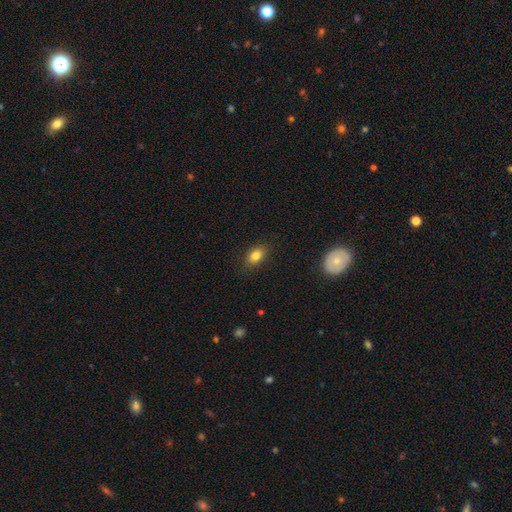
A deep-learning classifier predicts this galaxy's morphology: This is clearly a smooth galaxy (81%). How rounded: clearly in between (80%). Merging: clearly none (85%).